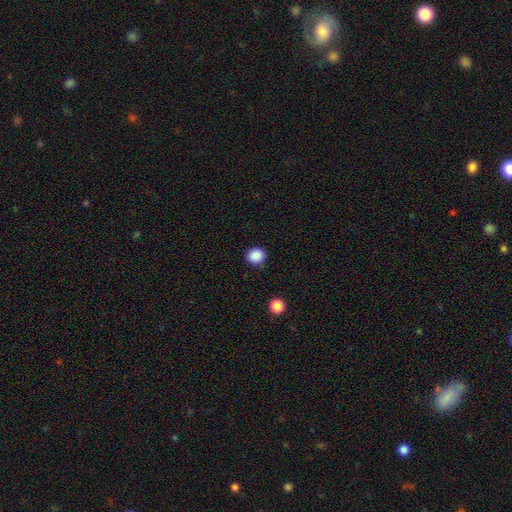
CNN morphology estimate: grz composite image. It shows a smooth galaxy with no disk features (88%) that is round (83%). Merging: none (89%).